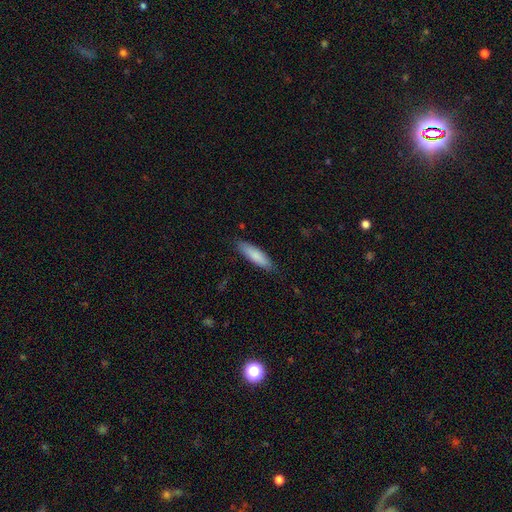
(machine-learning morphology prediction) smooth_or_featured: smooth (p=0.84) [alt: featured or disk p=0.11]
how_rounded: cigar-shaped (p=0.64) [alt: in between p=0.35]
merging: none (p=0.85) [alt: minor disturbance p=0.11]